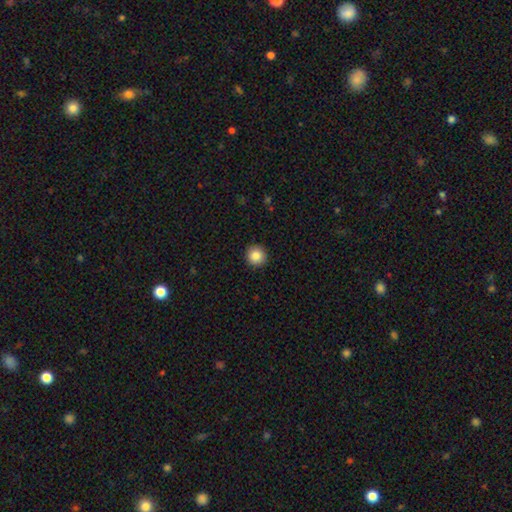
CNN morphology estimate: Q: Smooth or featured?
A: smooth (85%); runner-up: star or artifact (9%)
Q: How rounded?
A: round (95%); runner-up: in between (4%)
Q: Merging?
A: none (93%); runner-up: minor disturbance (5%)